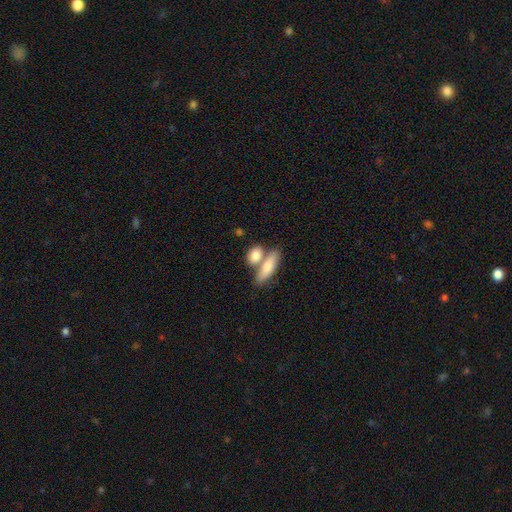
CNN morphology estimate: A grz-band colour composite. It shows a smooth galaxy with no disk features (81%) that is in between round and cigar-shaped (68%). Merging: none (45%).